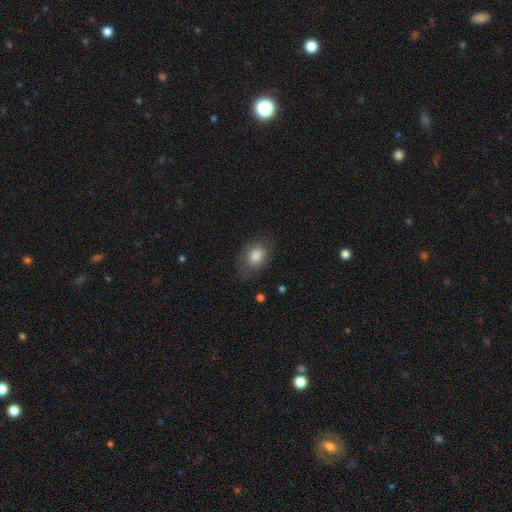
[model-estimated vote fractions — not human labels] This appears to be a smooth galaxy with no disk features (81%) that is in between round and cigar-shaped (75%). Merging: none (64%).